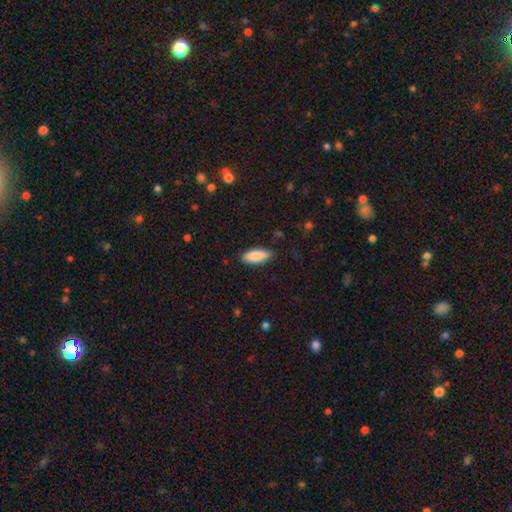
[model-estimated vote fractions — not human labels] A smooth galaxy with no disk features (88%) that is in between round and cigar-shaped (77%). Merging: none (87%).